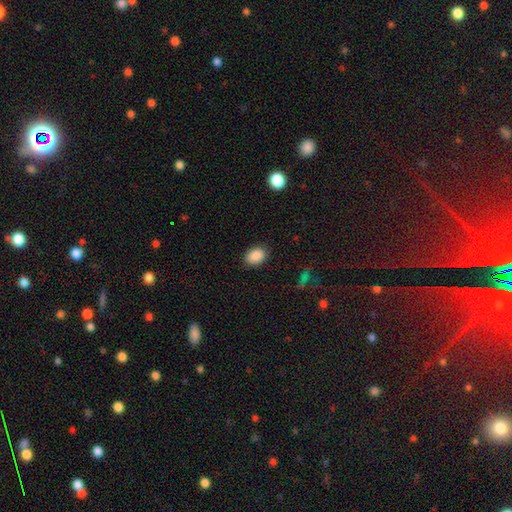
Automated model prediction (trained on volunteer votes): Smooth or featured: smooth — 89% (star or artifact — 8%)
How rounded: in between — 77% (round — 22%)
Merging: none — 86% (minor disturbance — 11%)